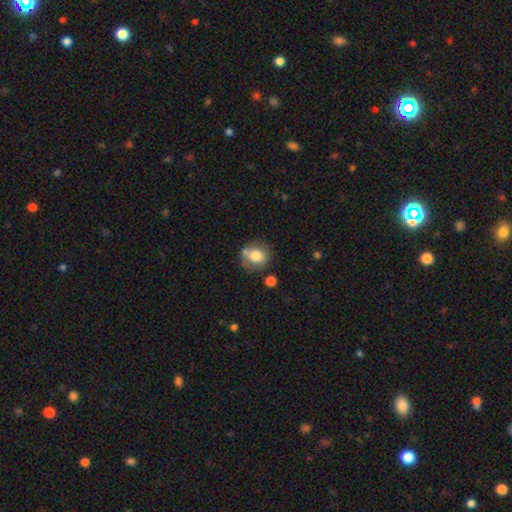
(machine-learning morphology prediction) smooth-or-featured: smooth: 76% | featured or disk: 15% | star or artifact: 10%
  how-rounded: round: 81% | in between: 19% | cigar-shaped: 1%
  merging: none: 63% | minor disturbance: 18% | merger: 13% | major disturbance: 6%